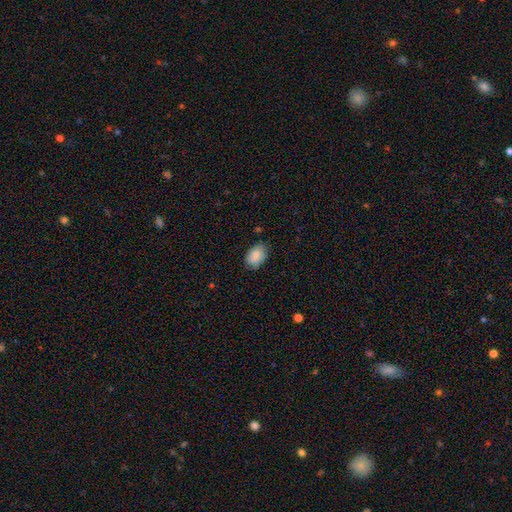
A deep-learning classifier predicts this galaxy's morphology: A smooth galaxy with no disk features (83%) that is in between round and cigar-shaped (83%).

Vote fractions:
- Smooth or featured? smooth: 83% / featured or disk: 10% / star or artifact: 7%
- How rounded? in between: 83% / round: 16% / cigar-shaped: 1%
- Merging? none: 73% / minor disturbance: 22% / major disturbance: 4% / merger: 1%